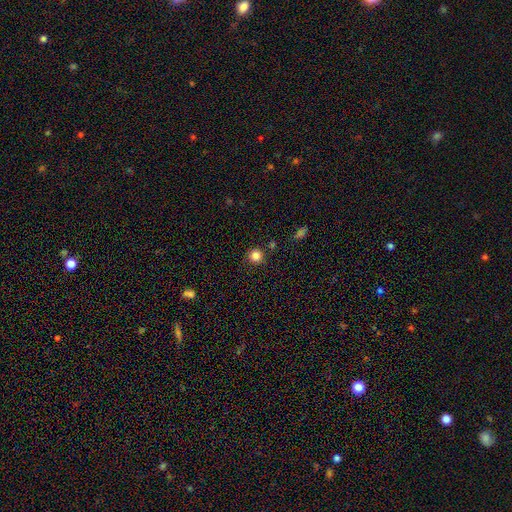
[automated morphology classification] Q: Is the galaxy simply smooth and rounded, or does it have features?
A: smooth — 84%.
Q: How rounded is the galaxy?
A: round — 94%.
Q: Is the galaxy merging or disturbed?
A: none — 85%.